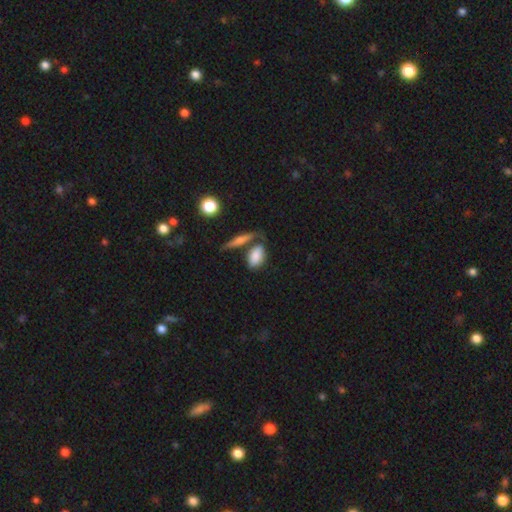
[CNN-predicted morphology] A smooth galaxy with no disk features (80%) that is in between round and cigar-shaped (85%). Merging: none (55%).